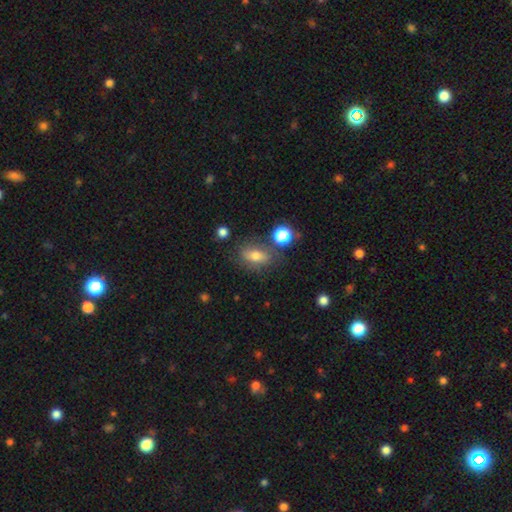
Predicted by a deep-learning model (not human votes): Morphology: type=smooth (64%); roundness=in between (72%); merging=none (67%).